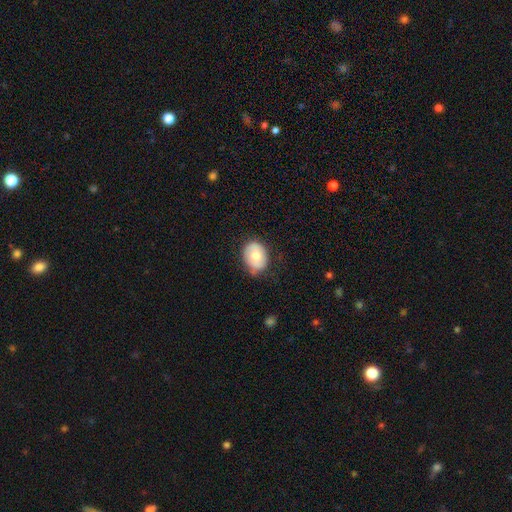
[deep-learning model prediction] Smooth or featured? smooth (69%)
How rounded? in between (60%)
Merging? none (74%)